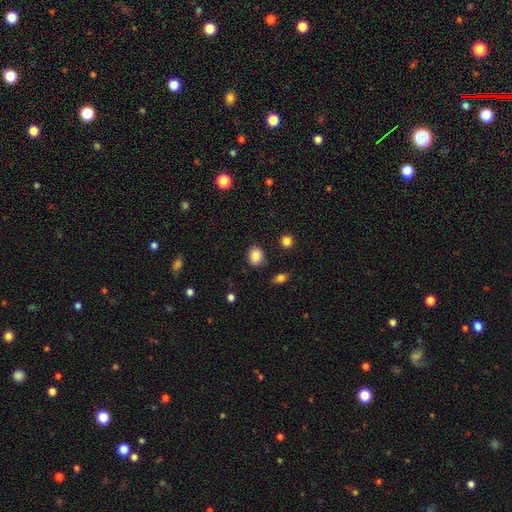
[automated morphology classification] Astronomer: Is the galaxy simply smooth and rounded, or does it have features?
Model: smooth — 86%.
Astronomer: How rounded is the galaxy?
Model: in between — 50% (runner-up: round, 49%).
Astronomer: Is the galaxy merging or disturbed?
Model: none — 84%.